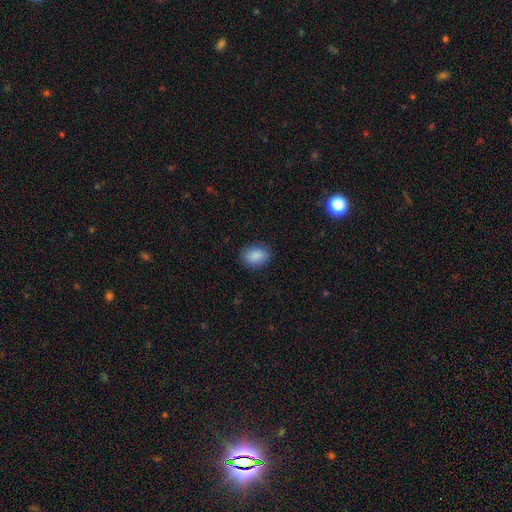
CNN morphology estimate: Q: Smooth or featured?
A: smooth (88%); runner-up: star or artifact (7%)
Q: How rounded?
A: in between (72%); runner-up: round (27%)
Q: Merging?
A: none (84%); runner-up: minor disturbance (12%)